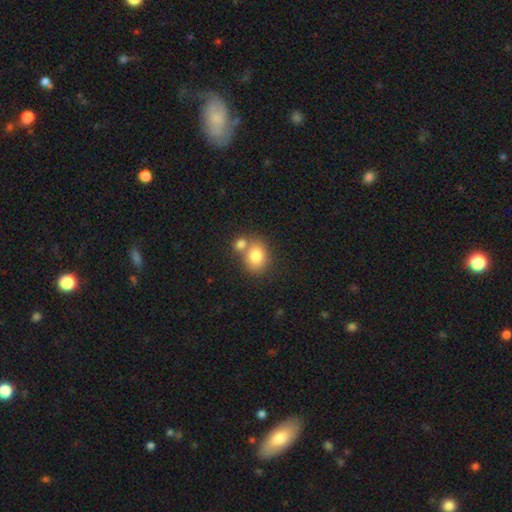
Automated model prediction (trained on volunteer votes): Q: Smooth or featured?
A: smooth (82%); runner-up: featured or disk (9%)
Q: How rounded?
A: in between (50%); runner-up: round (49%)
Q: Merging?
A: none (50%); runner-up: merger (36%)